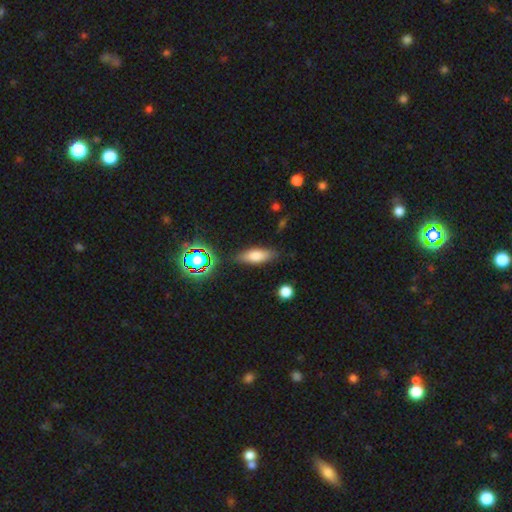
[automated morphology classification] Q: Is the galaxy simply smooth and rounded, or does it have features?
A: smooth — 71%.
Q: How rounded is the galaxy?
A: in between — 63%.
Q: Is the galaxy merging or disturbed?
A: none — 82%.